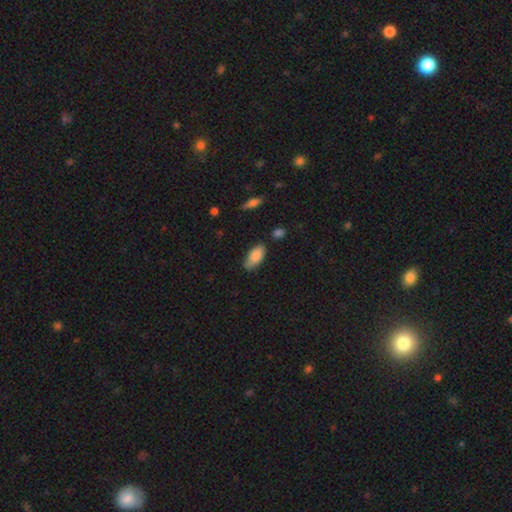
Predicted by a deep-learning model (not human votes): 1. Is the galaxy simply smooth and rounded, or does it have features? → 85% smooth, 9% featured or disk, 6% star or artifact.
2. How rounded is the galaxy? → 89% in between, 9% cigar-shaped, 2% round.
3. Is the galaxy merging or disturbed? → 75% none, 19% minor disturbance, 3% major disturbance, 3% merger.